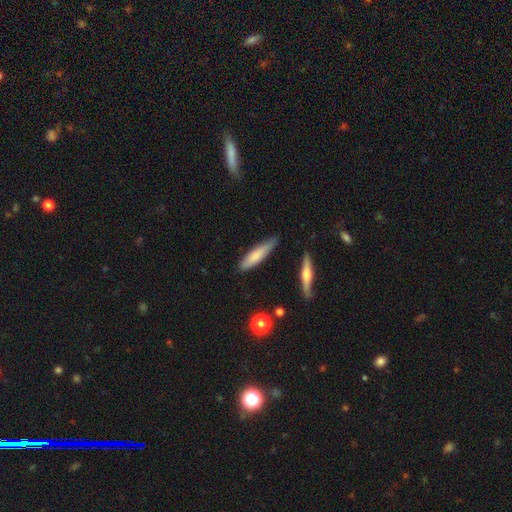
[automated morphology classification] Smooth or featured: smooth — 72% (featured or disk — 22%)
How rounded: cigar-shaped — 76% (in between — 23%)
Merging: none — 75% (minor disturbance — 19%)